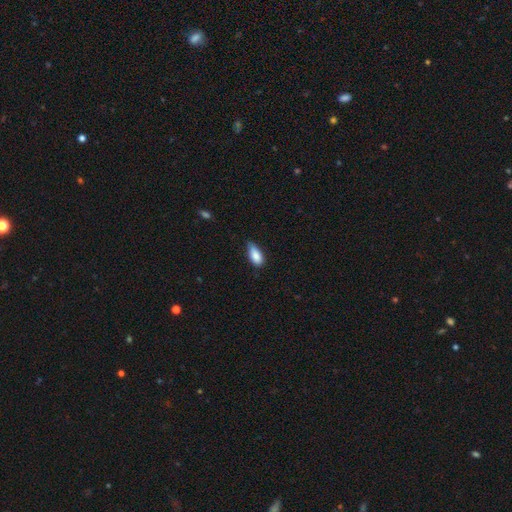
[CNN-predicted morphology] type=smooth (87%); roundness=in between (90%); merging=none (56%).